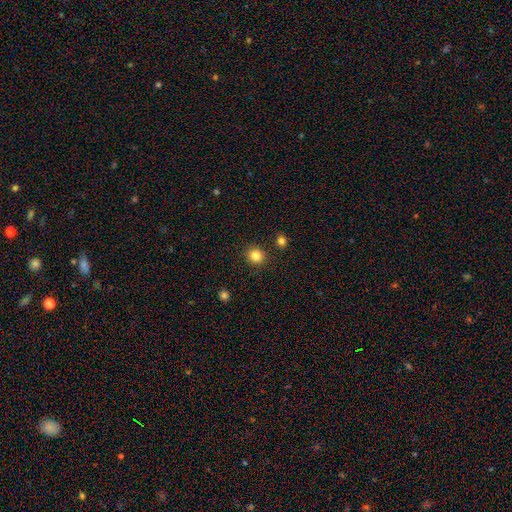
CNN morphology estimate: smooth-or-featured: smooth: 84% | star or artifact: 12% | featured or disk: 5%
  how-rounded: round: 87% | in between: 12% | cigar-shaped: 1%
  merging: none: 89% | minor disturbance: 6% | merger: 2% | major disturbance: 2%